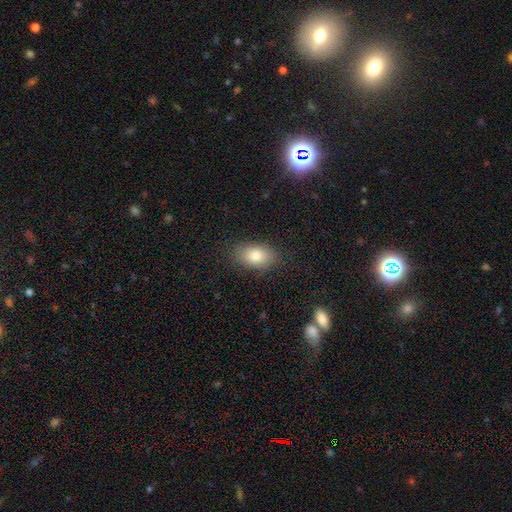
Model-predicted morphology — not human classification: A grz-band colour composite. It shows a smooth galaxy with no disk features (82%) that is in between round and cigar-shaped (89%). Merging: none (84%).